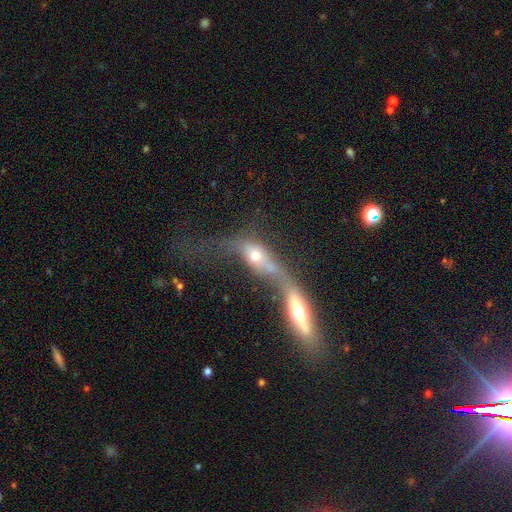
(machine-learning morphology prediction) Q: Smooth or featured?
A: featured or disk (48%); runner-up: smooth (41%)
Q: Merging?
A: merger (78%); runner-up: major disturbance (10%)